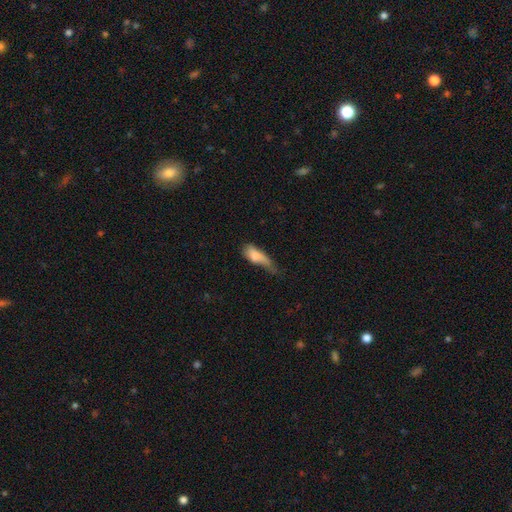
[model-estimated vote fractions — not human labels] Smooth or featured? Predicted: smooth (p=0.76). How rounded? Predicted: in between (p=0.68). Merging? Predicted: minor disturbance (p=0.38, tied with major disturbance).